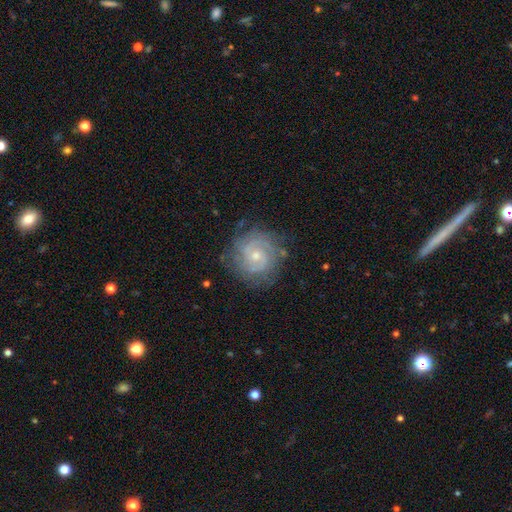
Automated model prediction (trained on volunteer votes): A featured or disk galaxy (82%) with no bar (64%), 2 (46%) tight (69%) spiral arms (96%) and a small central bulge (63%).

Vote fractions:
- Smooth or featured? featured or disk: 82% / smooth: 10% / star or artifact: 7%
- Edge-on disk? no: 98% / yes: 2%
- Bar? no: 64% / weak: 30% / strong: 6%
- Spiral arms? yes: 96% / no: 4%
- Spiral winding? tight: 69% / medium: 26% / loose: 5%
- Spiral arm count? 2: 46% / can't tell: 24% / 3: 15% / 4: 6% / 1: 4% / more than 4: 4%
- Bulge size? small: 63% / moderate: 33% / none: 2% / large: 1% / dominant: 1%
- Merging? none: 80% / minor disturbance: 14% / major disturbance: 5% / merger: 1%